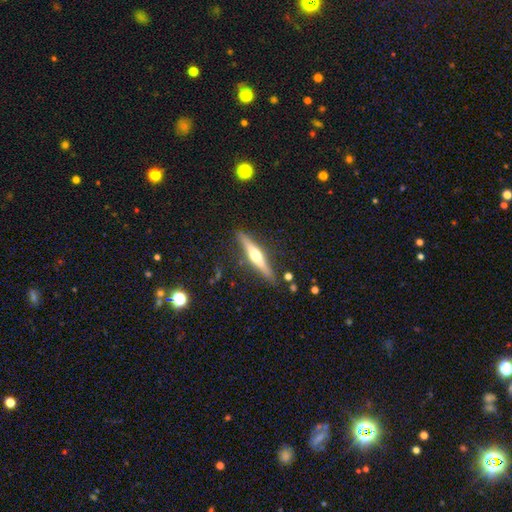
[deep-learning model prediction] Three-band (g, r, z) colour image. It shows a featured or disk galaxy (63%) viewed edge-on (96%) with a rounded central bulge (90%). Merging: none (86%).